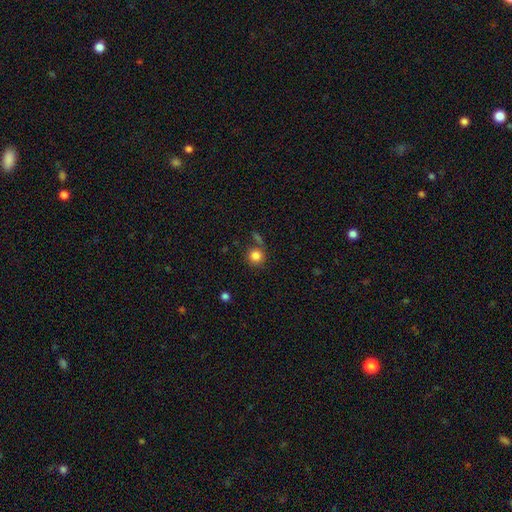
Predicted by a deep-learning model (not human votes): This is clearly a smooth galaxy (83%). How rounded: clearly round (91%). Merging: likely none (72%).